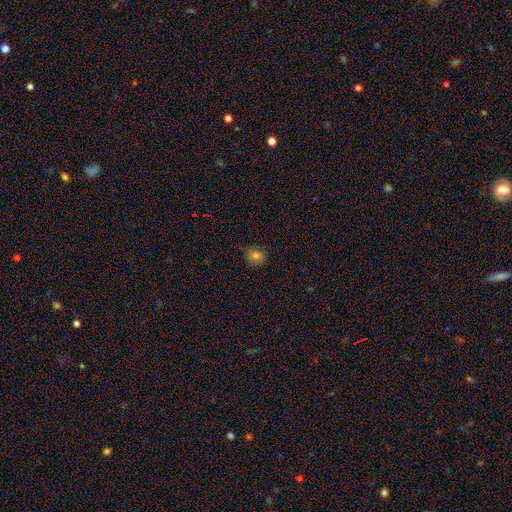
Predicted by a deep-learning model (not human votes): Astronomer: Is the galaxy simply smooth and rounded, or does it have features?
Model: smooth — 79%.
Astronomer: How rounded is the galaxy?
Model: round — 84%.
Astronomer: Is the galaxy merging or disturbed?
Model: none — 79%.